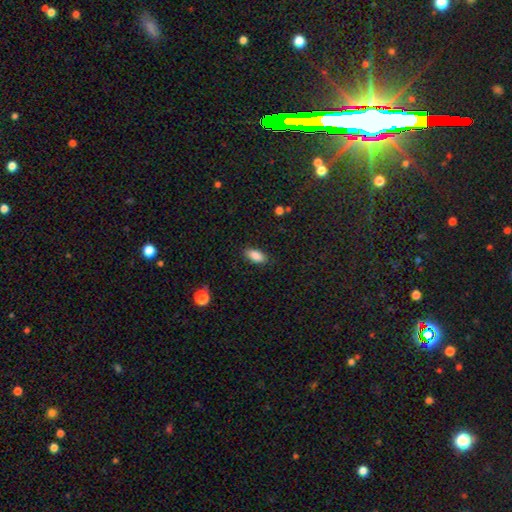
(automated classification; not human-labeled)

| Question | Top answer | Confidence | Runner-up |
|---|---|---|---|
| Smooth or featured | smooth | 87% | star or artifact (8%) |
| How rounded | in between | 89% | cigar-shaped (8%) |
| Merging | none | 86% | minor disturbance (10%) |